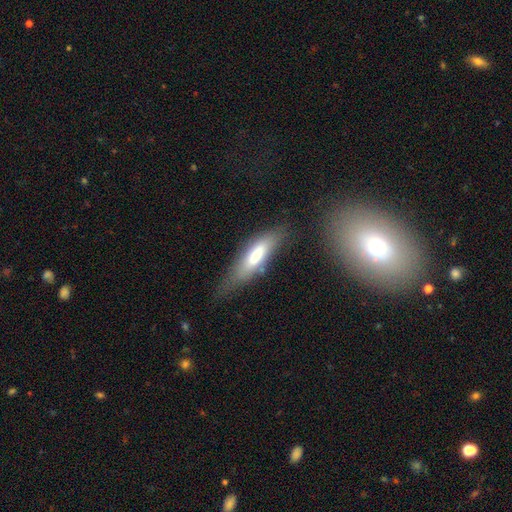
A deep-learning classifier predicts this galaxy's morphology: smooth_or_featured: smooth (p=0.61) [alt: featured or disk p=0.31]
how_rounded: cigar-shaped (p=0.63) [alt: in between p=0.36]
merging: none (p=0.61) [alt: minor disturbance p=0.24]